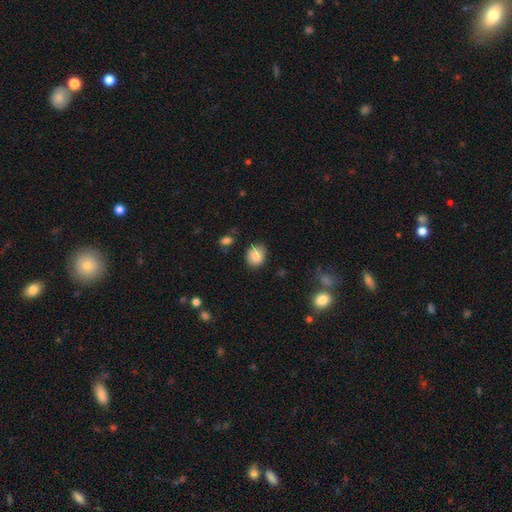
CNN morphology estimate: Q: Smooth or featured?
A: smooth (88%); runner-up: star or artifact (8%)
Q: How rounded?
A: round (66%); runner-up: in between (33%)
Q: Merging?
A: none (81%); runner-up: minor disturbance (14%)